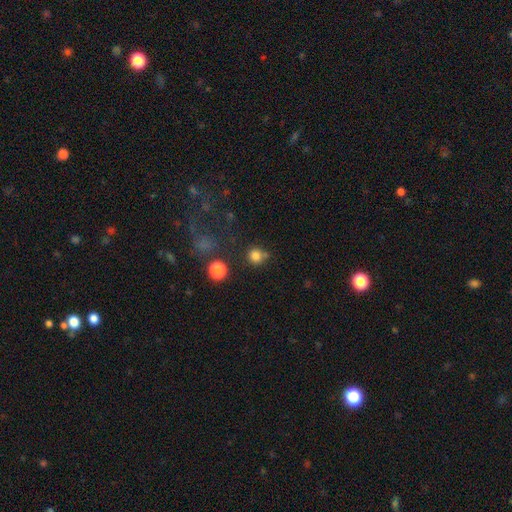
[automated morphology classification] type=smooth (80%); roundness=round (89%); merging=none (66%).